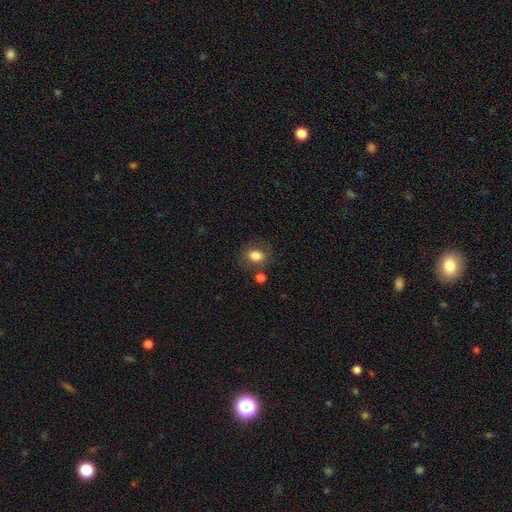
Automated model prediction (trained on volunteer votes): Smooth or featured? smooth (83%)
How rounded? round (51%)
Merging? none (74%)